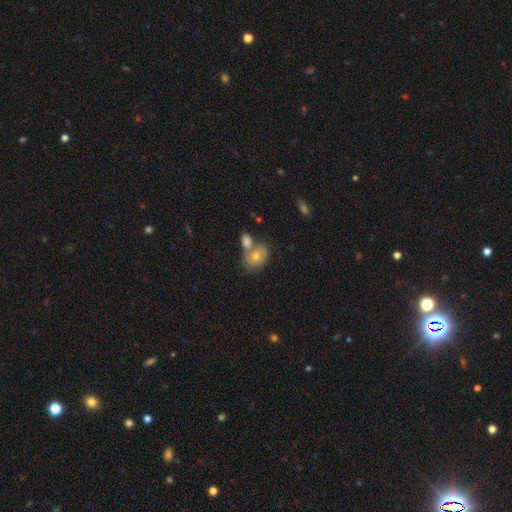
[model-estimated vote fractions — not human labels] Q: Smooth or featured?
A: smooth (62%); runner-up: featured or disk (26%)
Q: How rounded?
A: in between (65%); runner-up: round (33%)
Q: Merging?
A: none (45%); runner-up: merger (38%)